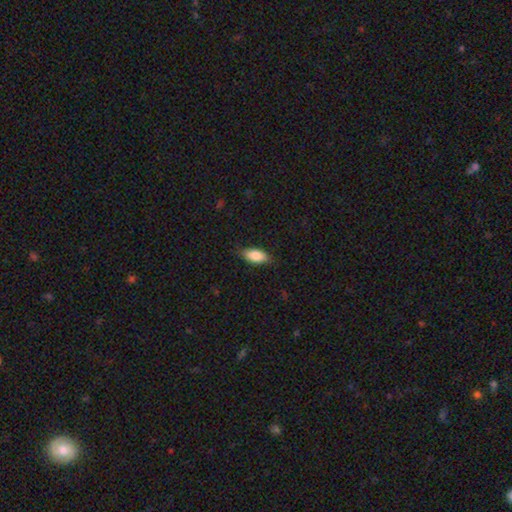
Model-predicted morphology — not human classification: Overall: smooth (82%). How rounded: in between (90%). Merging: none (82%).